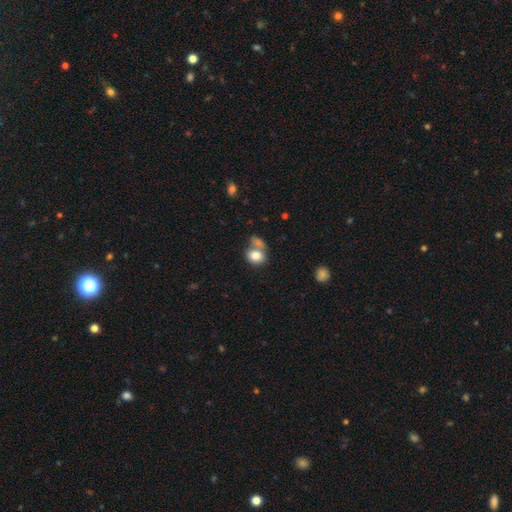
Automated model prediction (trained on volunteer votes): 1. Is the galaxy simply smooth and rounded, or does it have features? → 81% smooth, 10% featured or disk, 9% star or artifact.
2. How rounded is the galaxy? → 51% round, 48% in between, 1% cigar-shaped.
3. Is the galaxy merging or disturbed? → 42% none, 40% merger, 12% minor disturbance, 6% major disturbance.